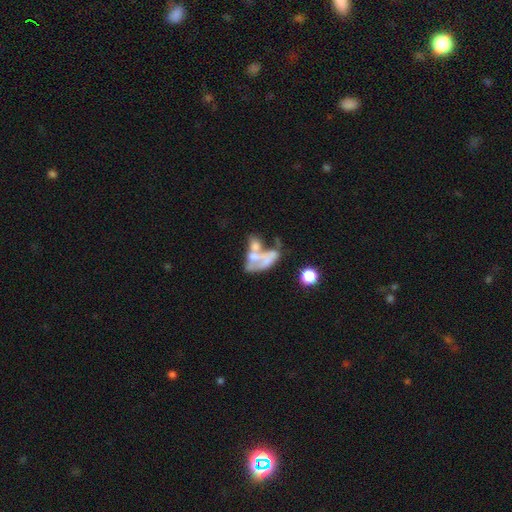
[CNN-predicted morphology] Overall: featured or disk (53%; smooth 35%). Edge-on disk: no (95%). Bar: no (89%). Spiral arms: no (90%). Bulge size: none (60%). Merging: merger (55%; major disturbance 22%).